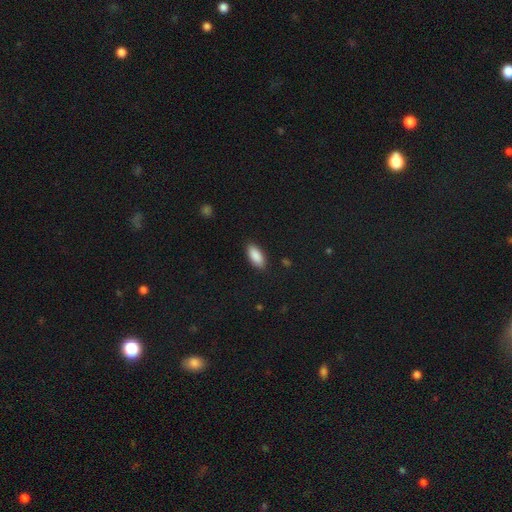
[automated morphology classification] Q: Smooth or featured?
A: smooth (89%); runner-up: star or artifact (6%)
Q: How rounded?
A: in between (88%); runner-up: cigar-shaped (10%)
Q: Merging?
A: none (87%); runner-up: minor disturbance (9%)